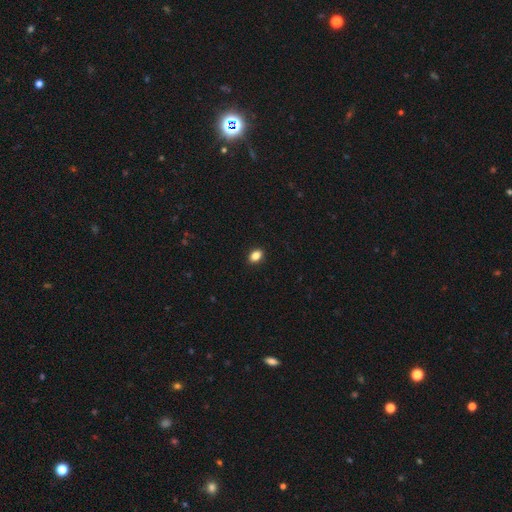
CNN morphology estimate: Smooth or featured? Predicted: smooth (p=0.85). How rounded? Predicted: in between (p=0.75). Merging? Predicted: none (p=0.91).